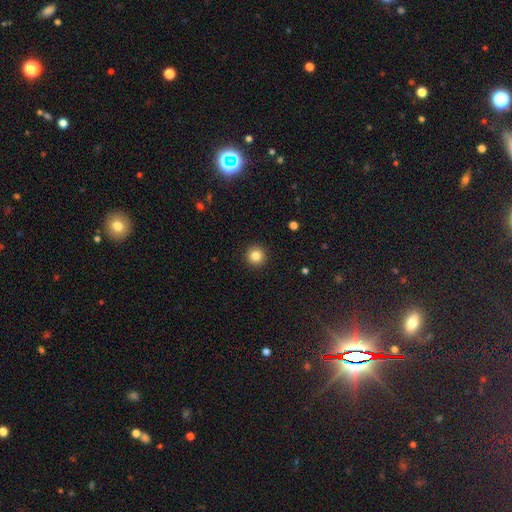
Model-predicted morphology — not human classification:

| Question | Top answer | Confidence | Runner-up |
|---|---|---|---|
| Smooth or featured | smooth | 84% | star or artifact (11%) |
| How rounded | round | 96% | in between (3%) |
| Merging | none | 93% | minor disturbance (4%) |